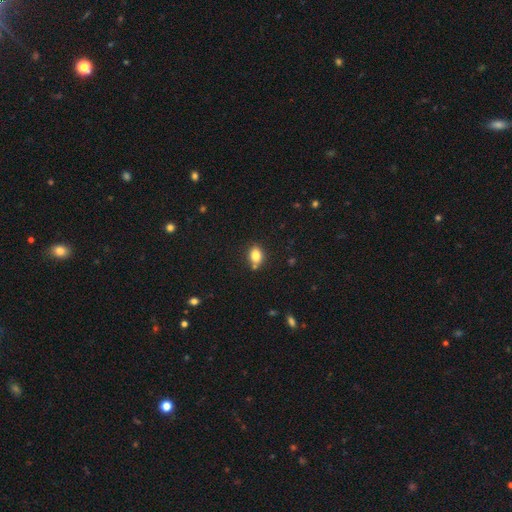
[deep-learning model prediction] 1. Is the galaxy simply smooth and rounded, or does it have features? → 82% smooth, 10% star or artifact, 8% featured or disk.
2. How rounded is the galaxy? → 68% in between, 30% round, 1% cigar-shaped.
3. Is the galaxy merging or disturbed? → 72% none, 14% minor disturbance, 10% merger, 3% major disturbance.